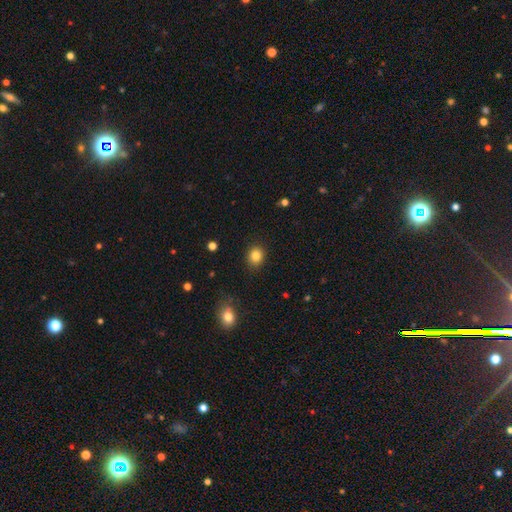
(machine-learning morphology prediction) Overall: smooth (84%). How rounded: round (72%). Merging: none (86%).